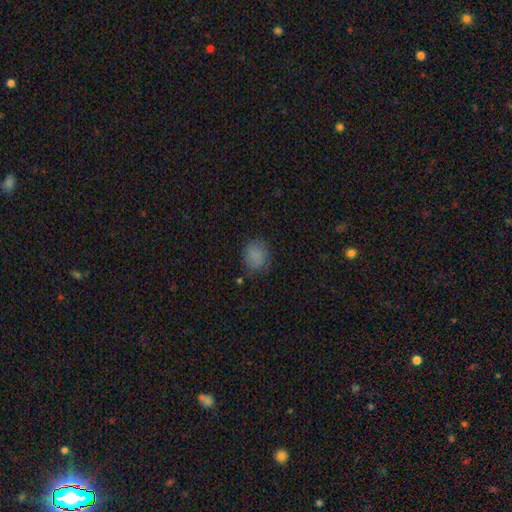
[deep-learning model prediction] This is clearly a smooth galaxy (83%). How rounded: possibly round (56%). Merging: likely none (76%).